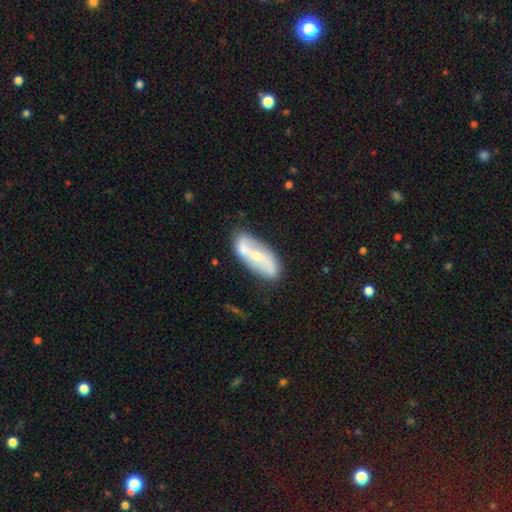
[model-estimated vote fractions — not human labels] Smooth or featured? Predicted: featured or disk (p=0.67). Edge-on disk? Predicted: no (p=0.89). Bar? Predicted: no (p=0.48). Spiral arms? Predicted: yes (p=0.76). Bulge size? Predicted: small (p=0.54). Merging? Predicted: none (p=0.70).